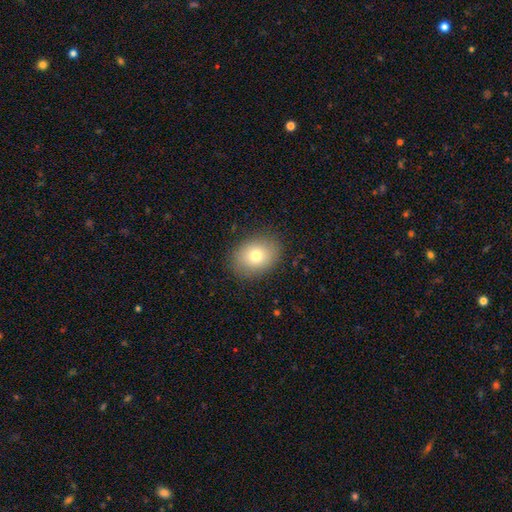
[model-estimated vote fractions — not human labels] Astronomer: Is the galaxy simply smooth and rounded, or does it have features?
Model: smooth — 77%.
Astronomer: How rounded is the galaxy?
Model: in between — 59% (runner-up: round, 41%).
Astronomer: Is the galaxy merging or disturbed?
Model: none — 86%.